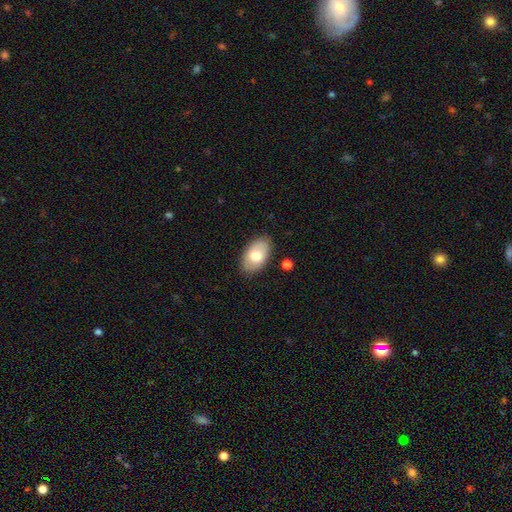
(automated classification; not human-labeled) This is likely a smooth galaxy (75%). How rounded: clearly in between (93%). Merging: clearly none (84%).